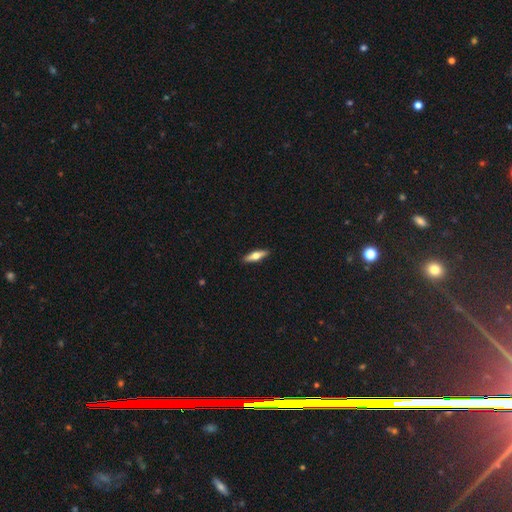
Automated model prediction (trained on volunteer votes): Q: Smooth or featured?
A: smooth (50%); runner-up: featured or disk (44%)
Q: How rounded?
A: cigar-shaped (62%); runner-up: in between (35%)
Q: Merging?
A: none (91%); runner-up: minor disturbance (7%)